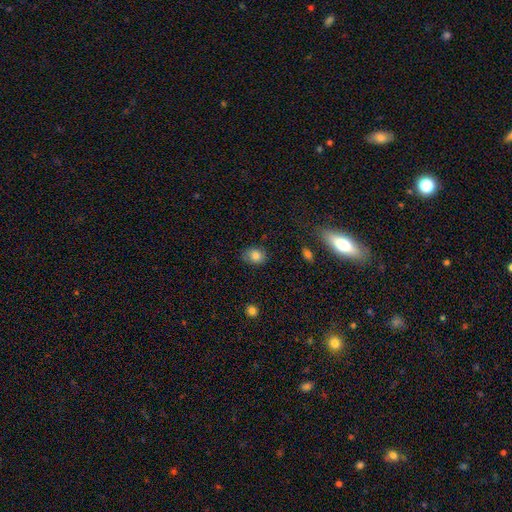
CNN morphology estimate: smooth-or-featured: smooth: 81% | star or artifact: 10% | featured or disk: 9%
  how-rounded: in between: 55% | round: 44% | cigar-shaped: 1%
  merging: none: 76% | minor disturbance: 18% | major disturbance: 4% | merger: 2%